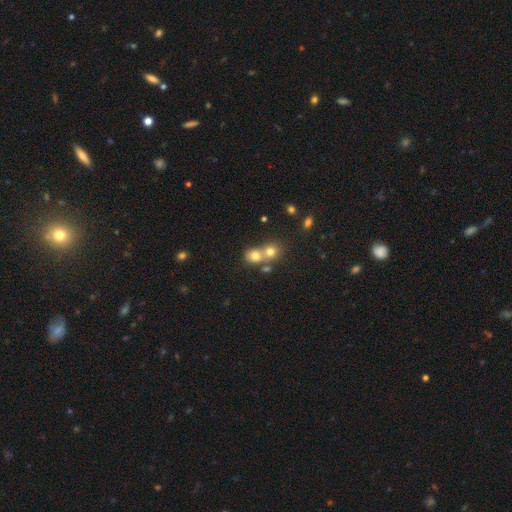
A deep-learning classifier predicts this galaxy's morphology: This is likely a smooth galaxy (73%). How rounded: likely round (73%). Merging: possibly merger (58%).